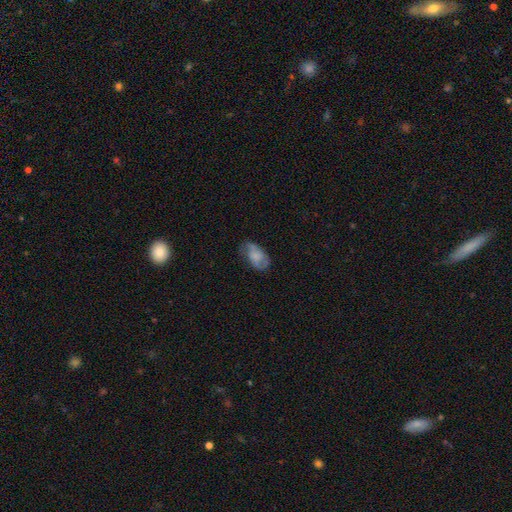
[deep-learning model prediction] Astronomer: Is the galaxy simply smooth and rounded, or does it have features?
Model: smooth — 54% (runner-up: featured or disk, 38%).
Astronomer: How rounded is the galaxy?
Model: in between — 92%.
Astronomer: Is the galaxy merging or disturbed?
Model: none — 52% (runner-up: minor disturbance, 31%).